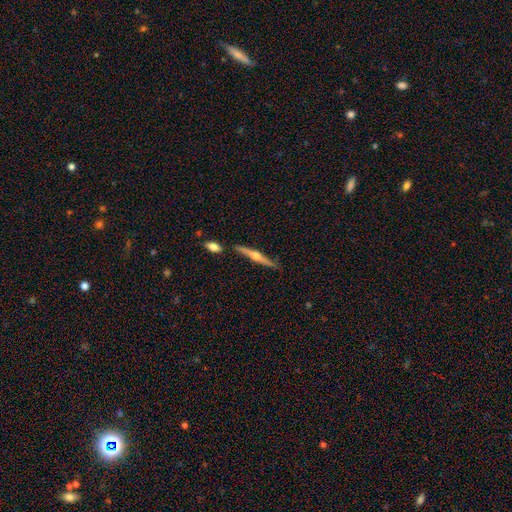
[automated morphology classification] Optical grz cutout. It shows a featured or disk galaxy (72%) viewed edge-on (98%) with a rounded central bulge (92%). Merging: none (83%).